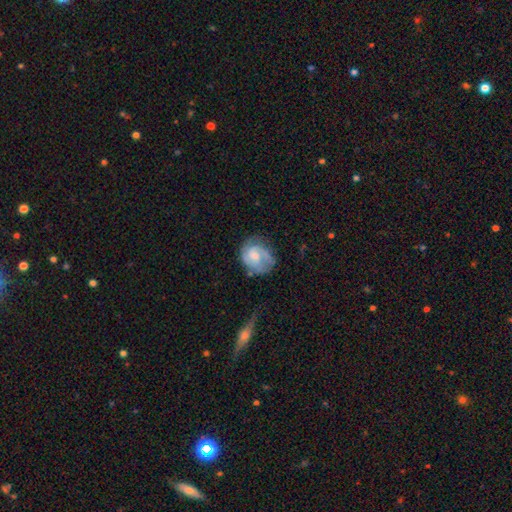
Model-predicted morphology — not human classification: Smooth or featured?
  - featured or disk: 58% *
  - smooth: 35%
  - star or artifact: 7%
Edge-on disk?
  - no: 98% *
  - yes: 2%
Bar?
  - no: 59% *
  - weak: 35%
  - strong: 5%
Spiral arms?
  - yes: 80% *
  - no: 20%
Bulge size?
  - moderate: 42% *
  - small: 39%
  - none: 12%
  - large: 6%
  - dominant: 1%
Merging?
  - none: 52% *
  - minor disturbance: 28%
  - major disturbance: 17%
  - merger: 4%